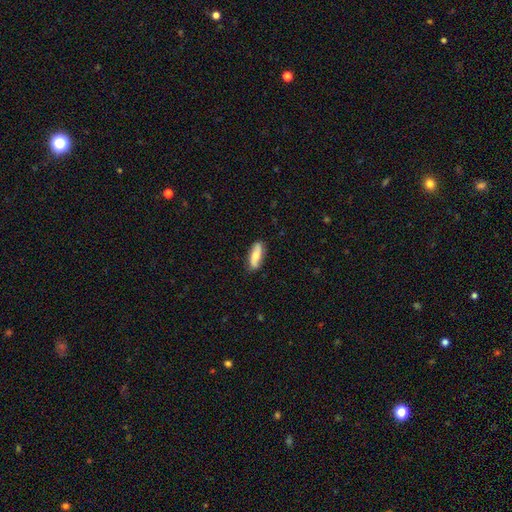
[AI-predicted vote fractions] Smooth or featured? Predicted: smooth (p=0.56). How rounded? Predicted: in between (p=0.61). Merging? Predicted: none (p=0.83).